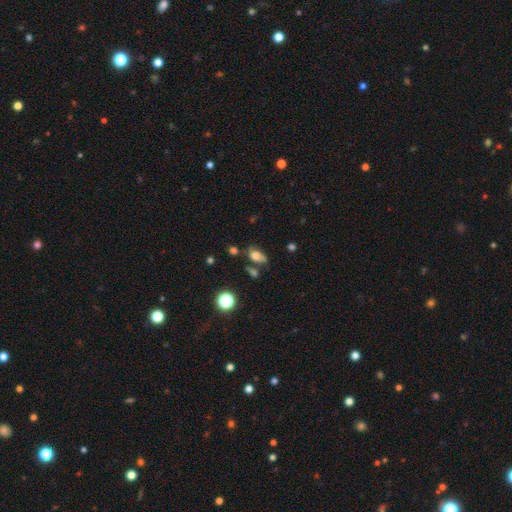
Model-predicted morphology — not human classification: A smooth galaxy with no disk features (66%) that is in between round and cigar-shaped (83%). Merging: none (52%).